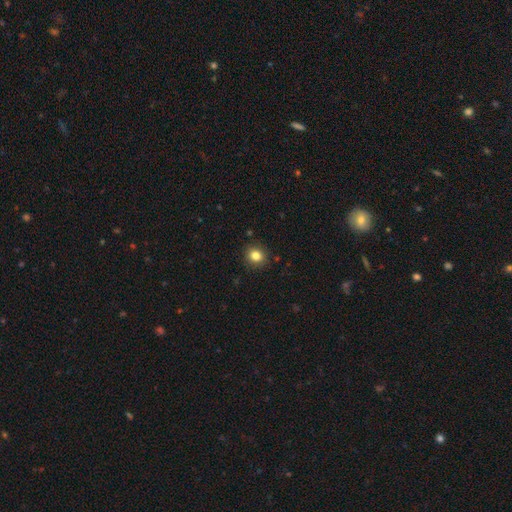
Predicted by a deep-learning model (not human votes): Smooth or featured?
  - smooth: 83% *
  - star or artifact: 11%
  - featured or disk: 6%
How rounded?
  - round: 80% *
  - in between: 19%
  - cigar-shaped: 1%
Merging?
  - none: 89% *
  - minor disturbance: 7%
  - major disturbance: 2%
  - merger: 1%